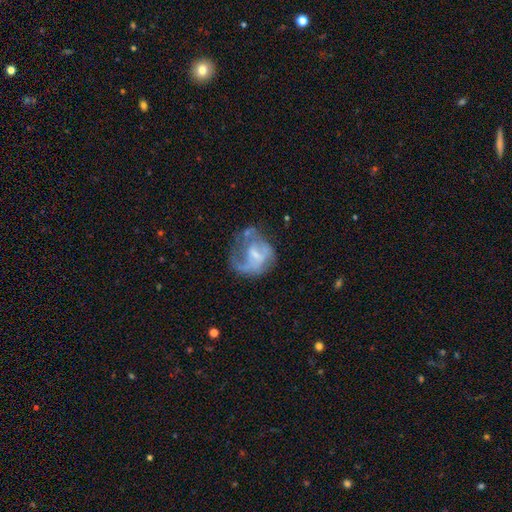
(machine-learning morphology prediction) Smooth or featured?
  - featured or disk: 64% *
  - smooth: 27%
  - star or artifact: 9%
Edge-on disk?
  - no: 97% *
  - yes: 3%
Bar?
  - no: 46% *
  - weak: 44%
  - strong: 11%
Spiral arms?
  - yes: 54% *
  - no: 46%
Bulge size?
  - small: 44% *
  - moderate: 29%
  - none: 22%
  - large: 3%
  - dominant: 1%
Merging?
  - major disturbance: 39% *
  - none: 33%
  - minor disturbance: 22%
  - merger: 6%